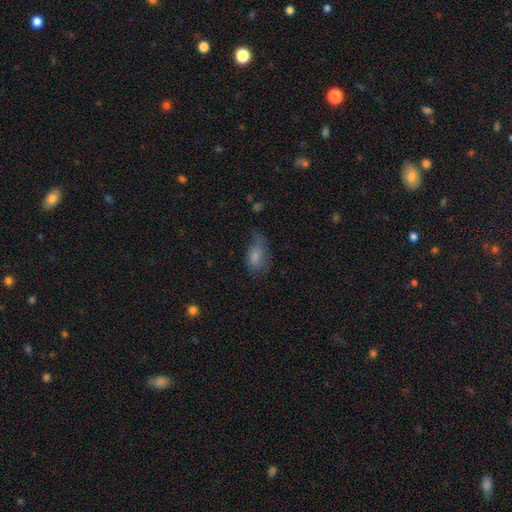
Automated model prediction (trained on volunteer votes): smooth_or_featured: smooth (p=0.67) [alt: featured or disk p=0.23]
how_rounded: in between (p=0.87) [alt: round p=0.10]
merging: none (p=0.36) [alt: minor disturbance p=0.32]